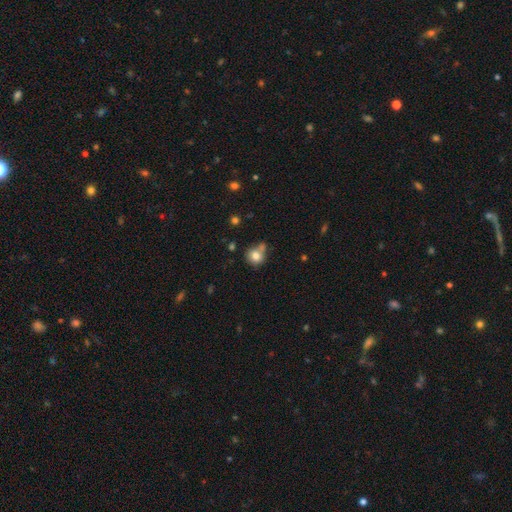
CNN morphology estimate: Smooth or featured: smooth — 79% (star or artifact — 11%)
How rounded: round — 84% (in between — 15%)
Merging: none — 56% (merger — 21%)